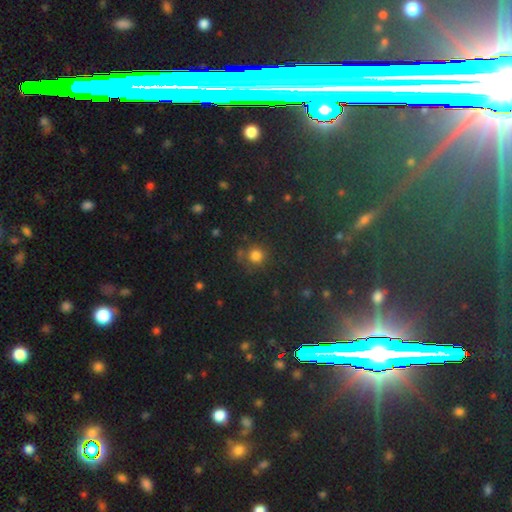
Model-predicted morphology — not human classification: smooth_or_featured: smooth (p=0.74) [alt: star or artifact p=0.19]
how_rounded: round (p=0.91) [alt: in between p=0.08]
merging: none (p=0.75) [alt: minor disturbance p=0.14]